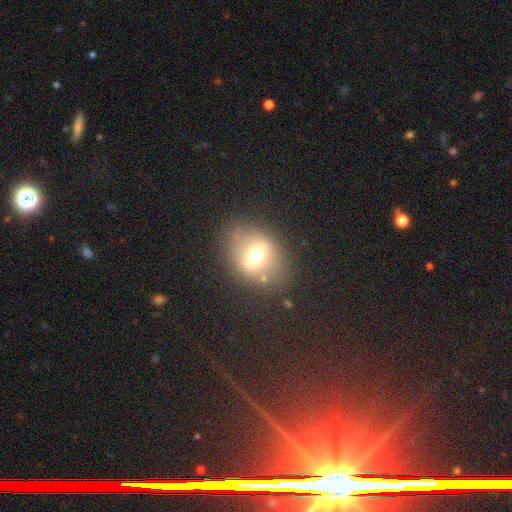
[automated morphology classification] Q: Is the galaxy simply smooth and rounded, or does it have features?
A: smooth — 49%.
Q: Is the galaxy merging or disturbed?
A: none — 76%.